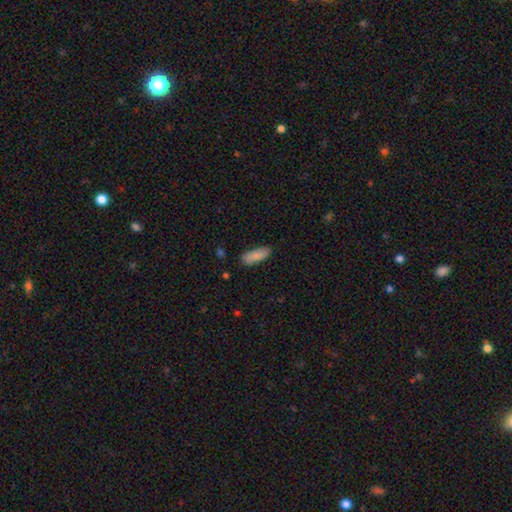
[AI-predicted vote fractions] Q: Smooth or featured?
A: smooth (87%); runner-up: featured or disk (7%)
Q: How rounded?
A: in between (68%); runner-up: cigar-shaped (30%)
Q: Merging?
A: none (81%); runner-up: minor disturbance (15%)